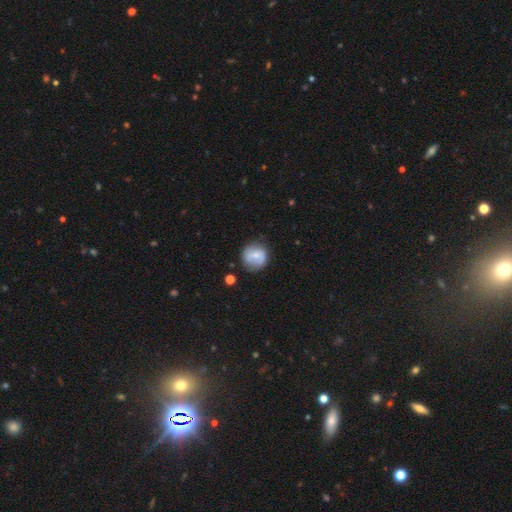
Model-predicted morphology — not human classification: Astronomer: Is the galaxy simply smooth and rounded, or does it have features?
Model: smooth — 57% (runner-up: featured or disk, 35%).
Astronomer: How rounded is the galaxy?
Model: round — 88%.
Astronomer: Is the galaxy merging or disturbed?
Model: none — 72%.